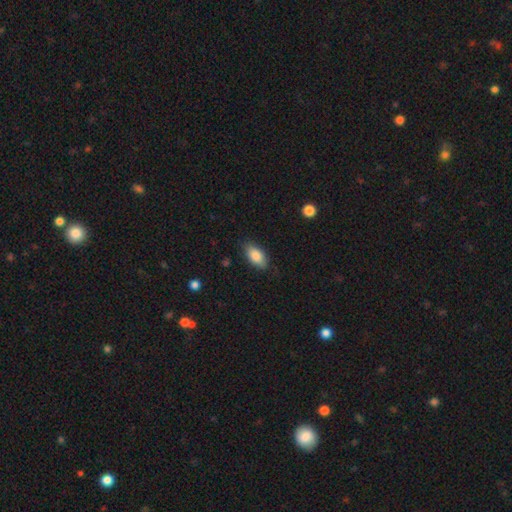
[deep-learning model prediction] Q: Smooth or featured?
A: smooth (86%); runner-up: featured or disk (7%)
Q: How rounded?
A: in between (91%); runner-up: cigar-shaped (5%)
Q: Merging?
A: none (83%); runner-up: minor disturbance (13%)